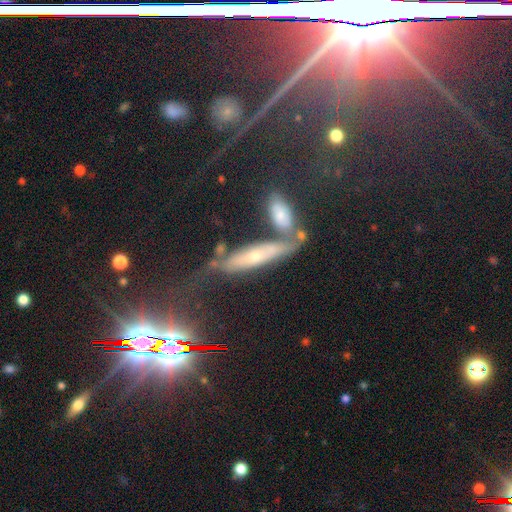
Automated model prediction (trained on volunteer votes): smooth_or_featured: featured or disk (p=0.43) [alt: smooth p=0.32]
merging: none (p=0.59) [alt: merger p=0.19]